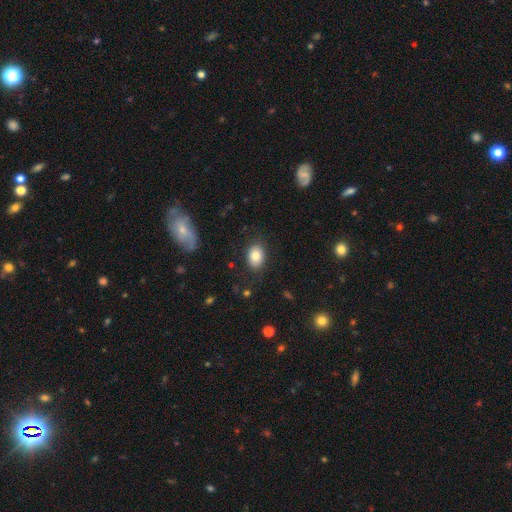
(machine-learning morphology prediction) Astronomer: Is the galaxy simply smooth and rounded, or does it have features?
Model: smooth — 81%.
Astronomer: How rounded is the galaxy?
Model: in between — 77%.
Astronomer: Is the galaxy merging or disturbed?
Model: none — 83%.